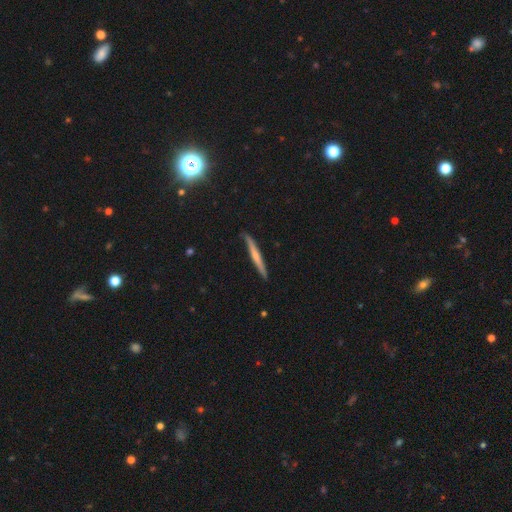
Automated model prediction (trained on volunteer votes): Q: Smooth or featured?
A: featured or disk (49%); runner-up: smooth (45%)
Q: Merging?
A: none (88%); runner-up: minor disturbance (9%)